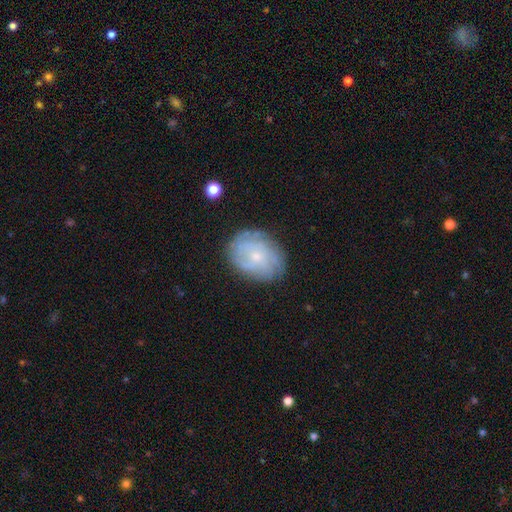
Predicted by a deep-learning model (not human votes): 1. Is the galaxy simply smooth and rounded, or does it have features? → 61% featured or disk, 31% smooth, 9% star or artifact.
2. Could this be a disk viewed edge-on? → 97% no, 3% yes.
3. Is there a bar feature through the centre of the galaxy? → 79% no, 18% weak, 2% strong.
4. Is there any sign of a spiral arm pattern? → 81% yes, 19% no.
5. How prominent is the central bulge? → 74% small, 21% moderate, 3% none, 1% large, 1% dominant.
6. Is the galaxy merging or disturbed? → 74% none, 18% minor disturbance, 6% major disturbance, 2% merger.